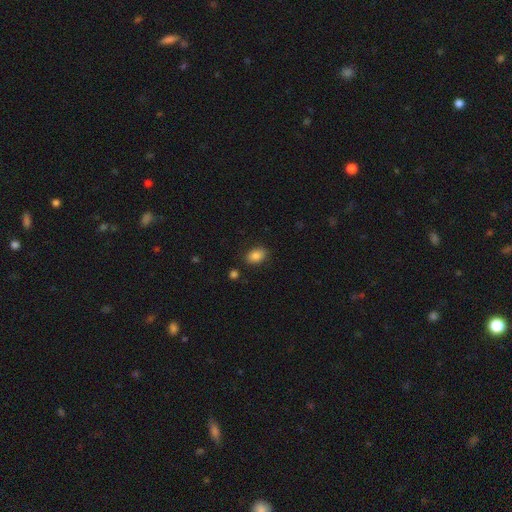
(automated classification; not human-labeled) smooth_or_featured: smooth (p=0.85) [alt: star or artifact p=0.09]
how_rounded: in between (p=0.85) [alt: round p=0.14]
merging: none (p=0.84) [alt: minor disturbance p=0.11]